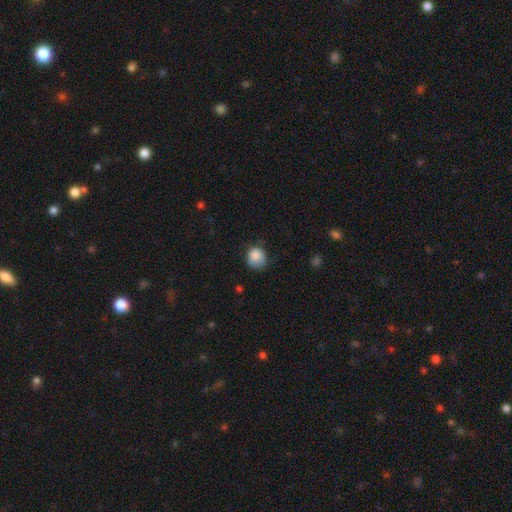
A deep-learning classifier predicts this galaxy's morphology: A smooth galaxy with no disk features (85%) that is round (81%). Merging: none (58%).